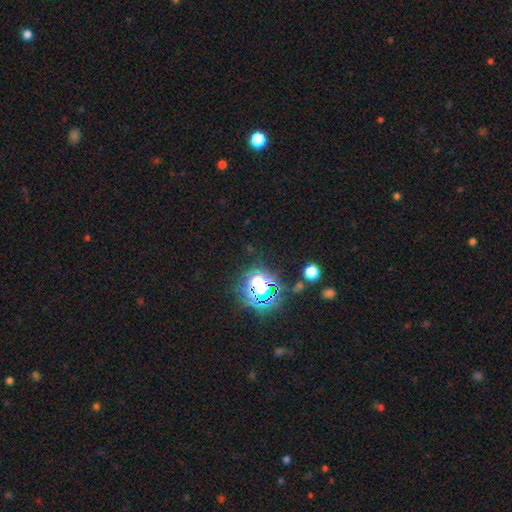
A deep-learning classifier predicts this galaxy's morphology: A star or artifact, not a galaxy (81%).

Vote fractions:
- Smooth or featured? star or artifact: 81% / smooth: 12% / featured or disk: 7%